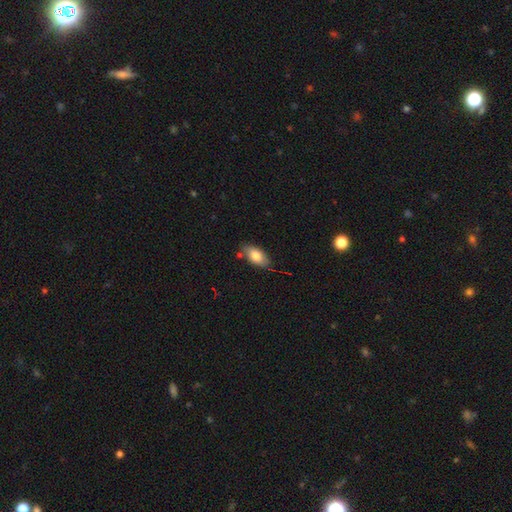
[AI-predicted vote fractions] A smooth galaxy with no disk features (79%) that is in between round and cigar-shaped (92%). Merging: none (74%).